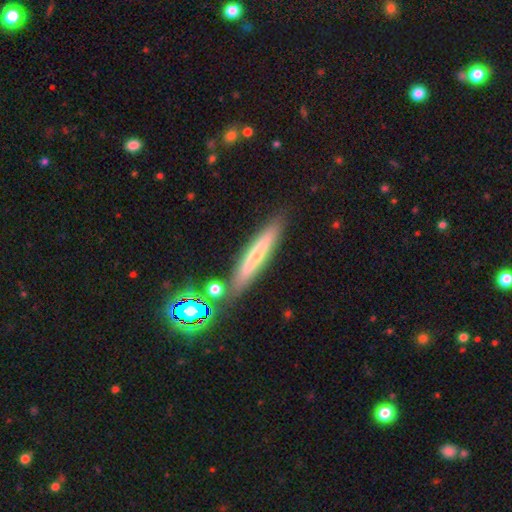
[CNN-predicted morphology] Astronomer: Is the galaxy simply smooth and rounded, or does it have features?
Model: smooth — 50% (runner-up: featured or disk, 40%).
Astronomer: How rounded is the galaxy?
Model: cigar-shaped — 91%.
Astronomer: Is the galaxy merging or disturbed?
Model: none — 81%.